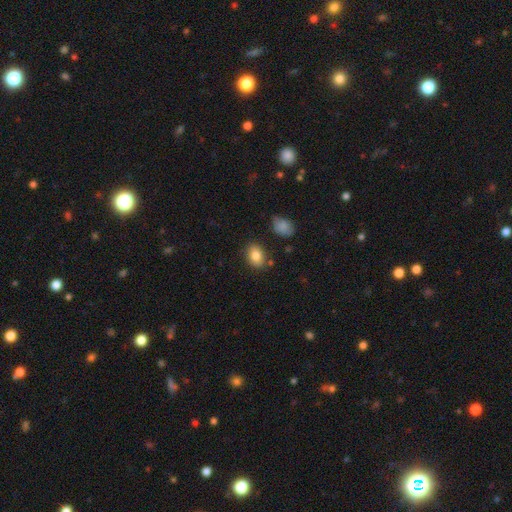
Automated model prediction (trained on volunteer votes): smooth_or_featured: smooth (p=0.83) [alt: featured or disk p=0.09]
how_rounded: in between (p=0.76) [alt: round p=0.22]
merging: none (p=0.81) [alt: minor disturbance p=0.12]